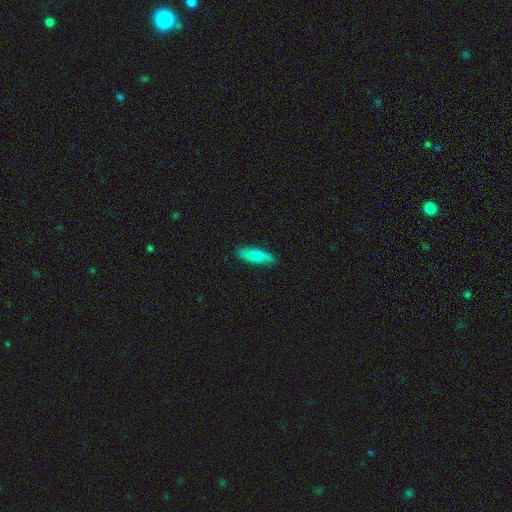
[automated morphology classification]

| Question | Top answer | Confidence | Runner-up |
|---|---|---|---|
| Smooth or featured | smooth | 82% | featured or disk (12%) |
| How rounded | cigar-shaped | 55% | in between (43%) |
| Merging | none | 85% | minor disturbance (12%) |